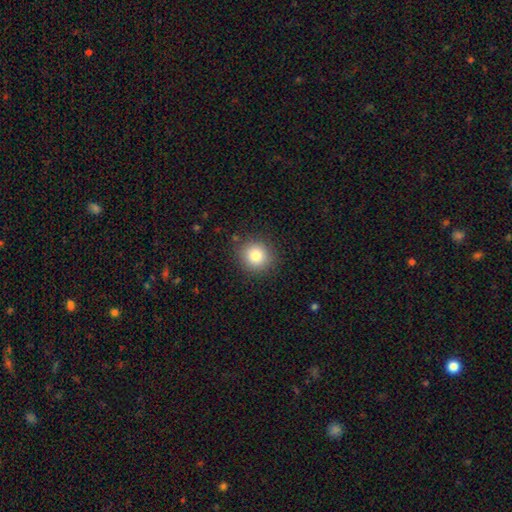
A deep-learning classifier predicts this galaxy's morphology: A smooth galaxy with no disk features (82%) that is round (88%). Merging: none (88%).